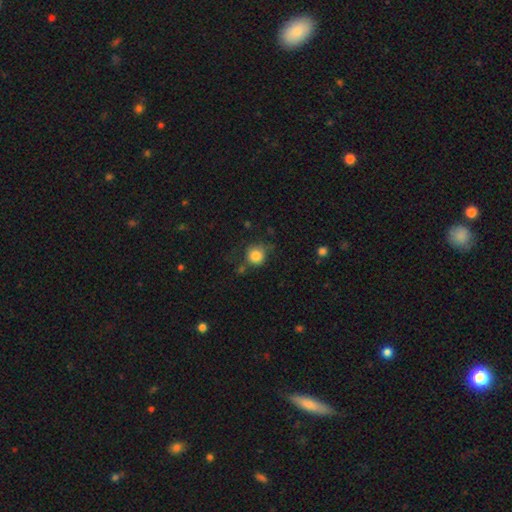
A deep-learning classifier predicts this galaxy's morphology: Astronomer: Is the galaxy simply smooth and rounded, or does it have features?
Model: smooth — 83%.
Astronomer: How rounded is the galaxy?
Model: round — 91%.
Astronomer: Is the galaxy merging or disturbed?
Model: none — 69%.